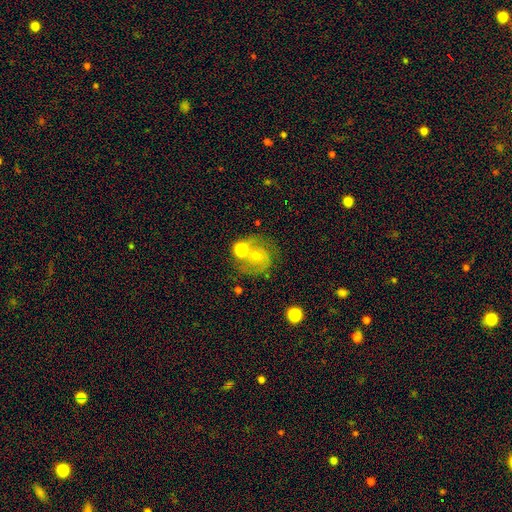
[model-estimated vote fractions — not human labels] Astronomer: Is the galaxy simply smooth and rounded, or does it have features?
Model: featured or disk — 56% (runner-up: smooth, 34%).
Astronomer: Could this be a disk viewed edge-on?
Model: no — 97%.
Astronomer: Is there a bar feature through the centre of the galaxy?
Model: no — 58%.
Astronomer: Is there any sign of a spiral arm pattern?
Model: yes — 80%.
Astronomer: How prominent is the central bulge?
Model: moderate — 54% (runner-up: small, 33%).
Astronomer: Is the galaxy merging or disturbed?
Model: none — 45% (runner-up: merger, 32%).